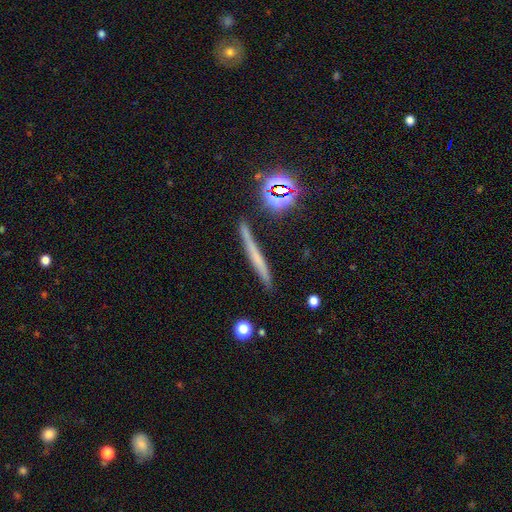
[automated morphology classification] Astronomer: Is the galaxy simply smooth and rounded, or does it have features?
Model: smooth — 43% (runner-up: featured or disk, 41%).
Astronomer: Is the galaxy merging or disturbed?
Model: none — 84%.